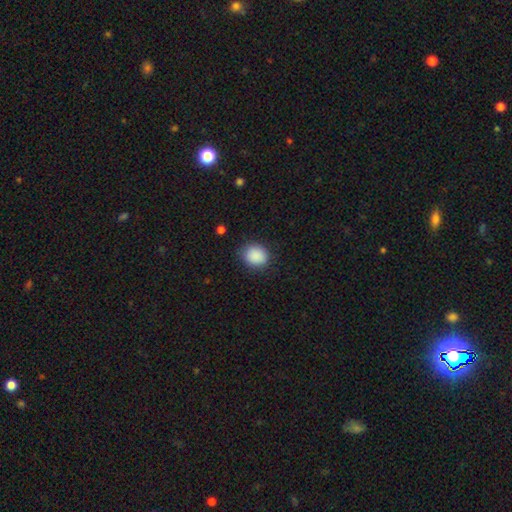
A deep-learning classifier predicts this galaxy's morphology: A smooth galaxy with no disk features (89%) that is round (66%).

Vote fractions:
- Smooth or featured? smooth: 89% / star or artifact: 8% / featured or disk: 3%
- How rounded? round: 66% / in between: 33% / cigar-shaped: 1%
- Merging? none: 86% / minor disturbance: 10% / major disturbance: 3% / merger: 1%